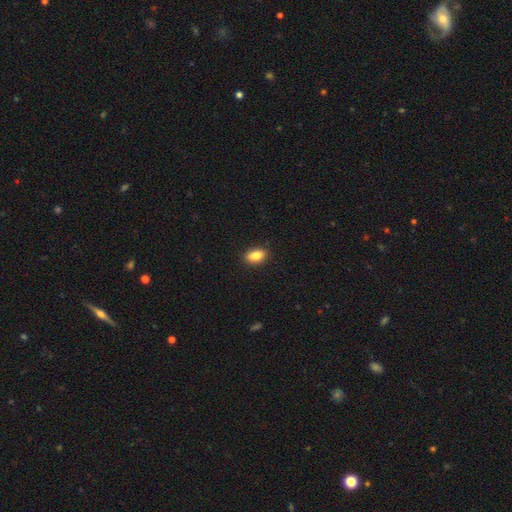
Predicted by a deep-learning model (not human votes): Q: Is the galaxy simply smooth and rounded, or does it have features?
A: smooth — 87%.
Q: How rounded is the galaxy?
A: in between — 89%.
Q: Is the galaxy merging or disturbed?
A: none — 90%.